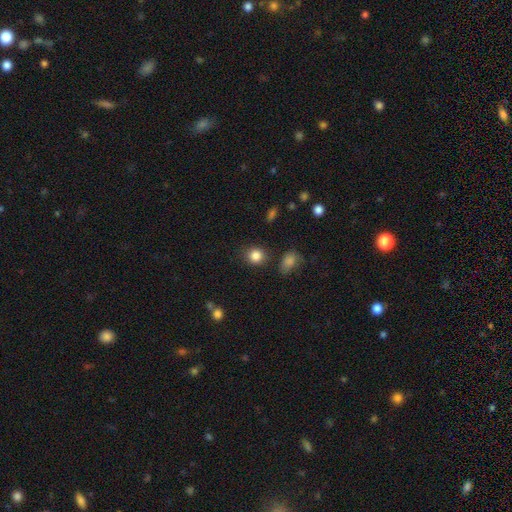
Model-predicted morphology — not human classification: This is clearly a smooth galaxy (85%). How rounded: clearly round (85%). Merging: clearly none (84%).